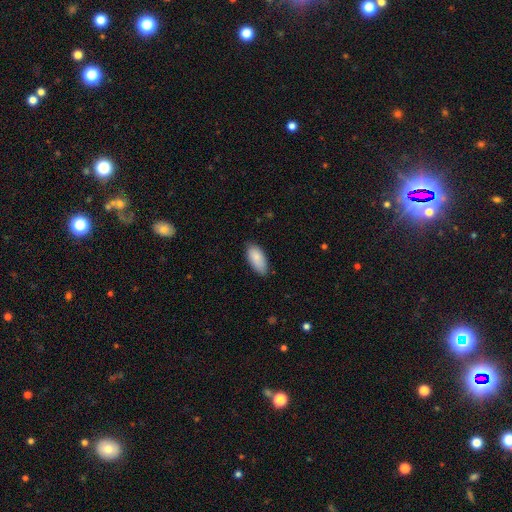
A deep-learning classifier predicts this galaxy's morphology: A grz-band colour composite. It shows a smooth galaxy with no disk features (87%) that is in between round and cigar-shaped (92%). Merging: none (77%).